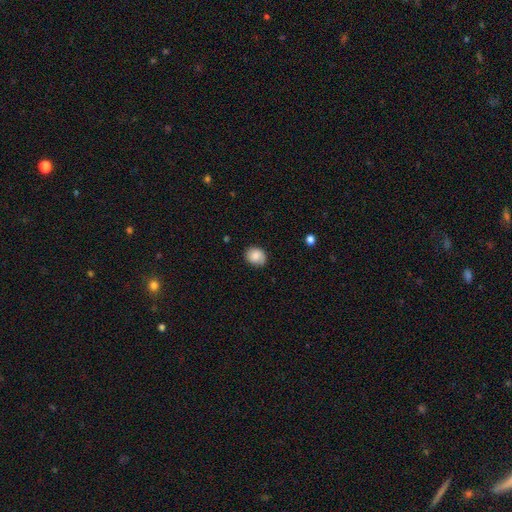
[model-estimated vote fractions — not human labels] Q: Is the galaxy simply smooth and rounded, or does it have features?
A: smooth — 77%.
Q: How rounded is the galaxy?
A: round — 65%.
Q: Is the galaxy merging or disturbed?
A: none — 76%.